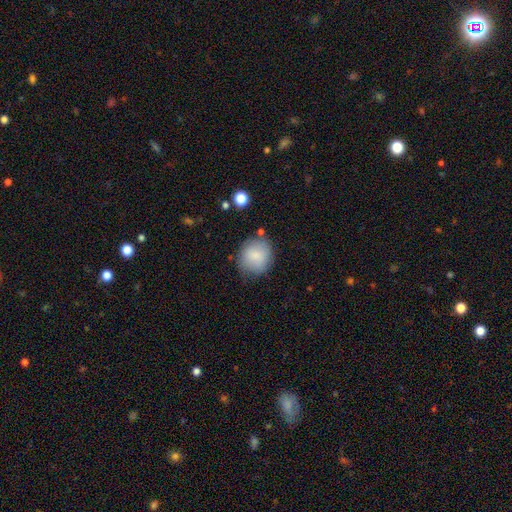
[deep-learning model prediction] Overall: smooth (85%). How rounded: round (82%). Merging: none (73%).